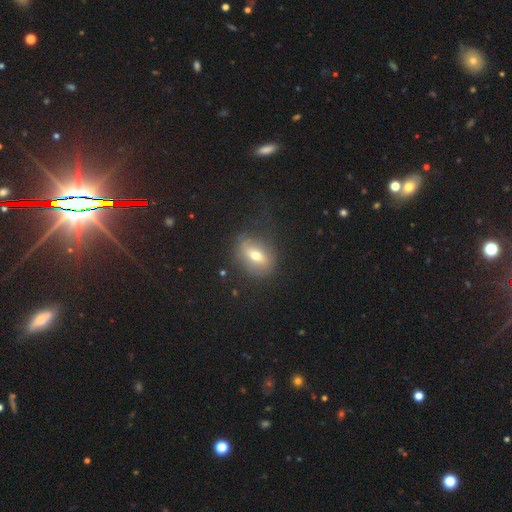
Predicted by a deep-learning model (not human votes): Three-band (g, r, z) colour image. It shows a smooth galaxy with no disk features (48%). Merging: none (67%).